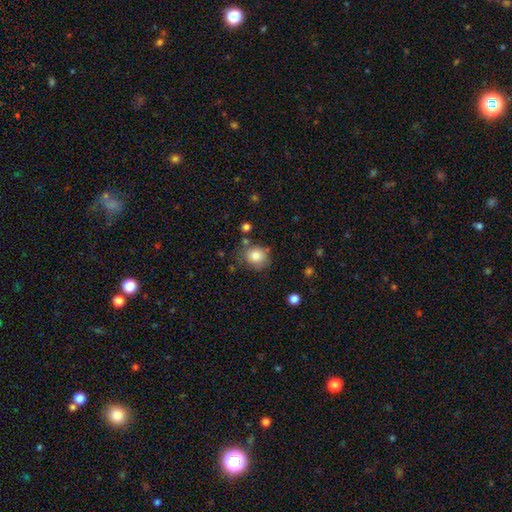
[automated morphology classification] A smooth galaxy with no disk features (82%) that is round (78%). Merging: none (72%).